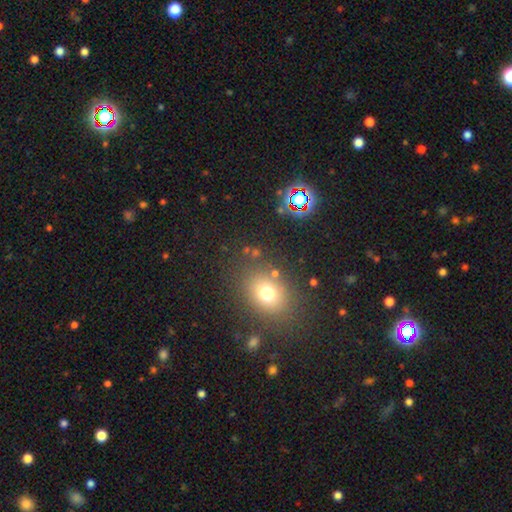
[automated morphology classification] A smooth galaxy with no disk features (60%) that is round (49%, tied with in between).

Vote fractions:
- Smooth or featured? smooth: 60% / star or artifact: 29% / featured or disk: 11%
- How rounded? round: 49% (tied) / in between: 49% (tied) / cigar-shaped: 1%
- Merging? none: 81% / minor disturbance: 10% / merger: 5% / major disturbance: 4%